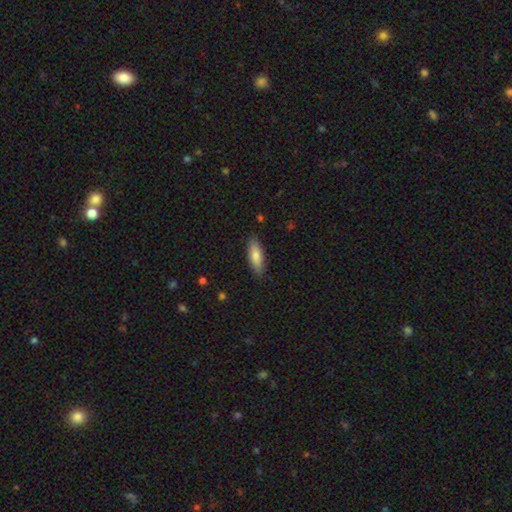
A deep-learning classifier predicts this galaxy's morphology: Smooth or featured? smooth (75%)
How rounded? in between (60%)
Merging? none (87%)